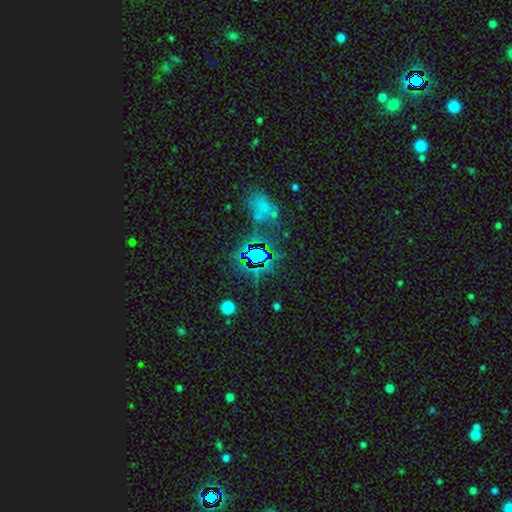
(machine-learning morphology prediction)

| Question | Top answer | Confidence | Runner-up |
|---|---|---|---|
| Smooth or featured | star or artifact | 66% | smooth (23%) |